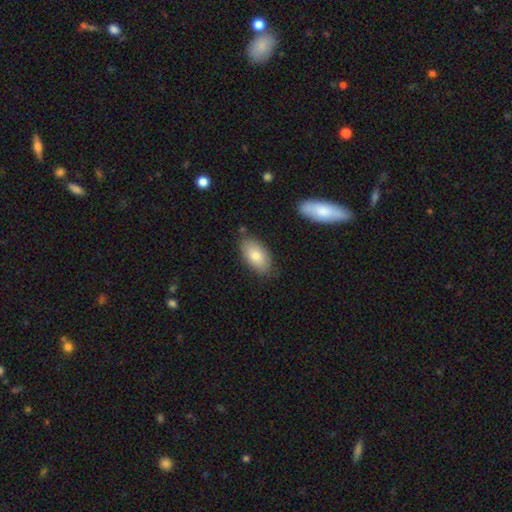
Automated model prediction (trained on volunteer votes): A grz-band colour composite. It shows a smooth galaxy with no disk features (80%) that is in between round and cigar-shaped (94%). Merging: none (78%).